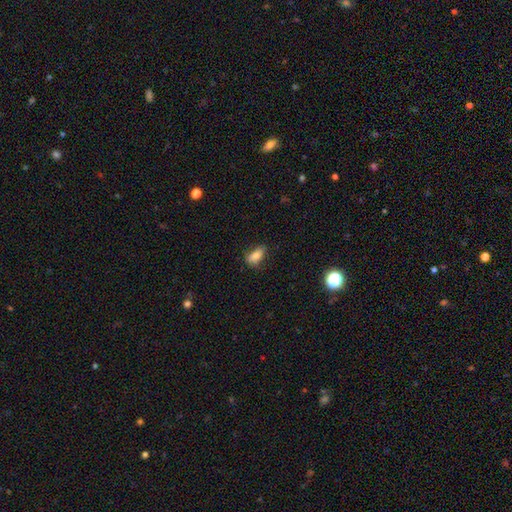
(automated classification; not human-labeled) A smooth galaxy with no disk features (78%) that is in between round and cigar-shaped (87%).

Vote fractions:
- Smooth or featured? smooth: 78% / featured or disk: 12% / star or artifact: 9%
- How rounded? in between: 87% / cigar-shaped: 8% / round: 6%
- Merging? none: 68% / minor disturbance: 25% / major disturbance: 6% / merger: 2%